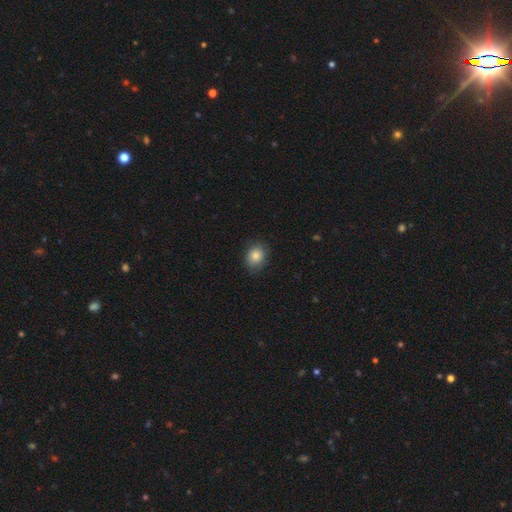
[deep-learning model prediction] Morphology: type=smooth (85%); roundness=round (57%); merging=none (80%).